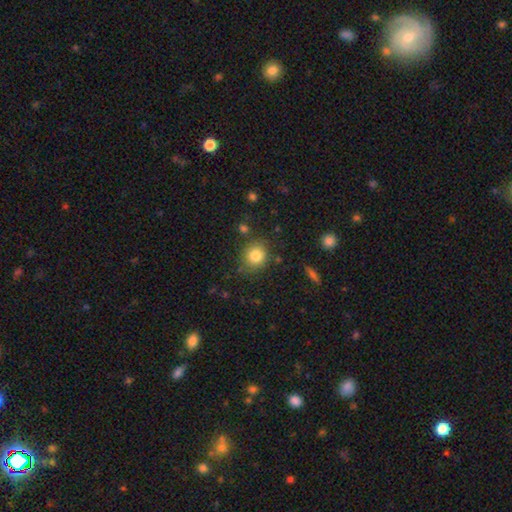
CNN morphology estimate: smooth 82%, star or artifact 10%, featured or disk 7%. Down the decision tree: how rounded — round (80%); merging — none (81%).